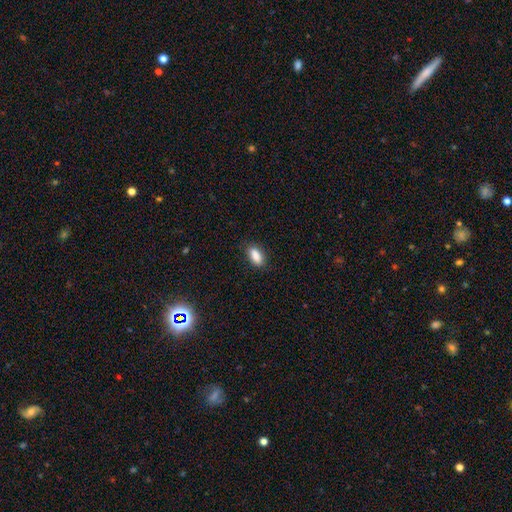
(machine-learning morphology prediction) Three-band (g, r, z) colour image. It shows a smooth galaxy with no disk features (87%) that is in between round and cigar-shaped (85%). Merging: none (83%).